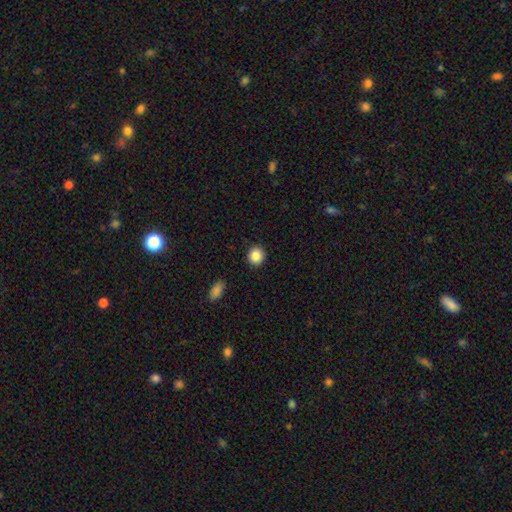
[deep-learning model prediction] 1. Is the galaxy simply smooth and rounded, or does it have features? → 87% smooth, 9% star or artifact, 4% featured or disk.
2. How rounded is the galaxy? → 88% round, 11% in between, 1% cigar-shaped.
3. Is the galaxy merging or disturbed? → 91% none, 5% minor disturbance, 2% major disturbance, 1% merger.